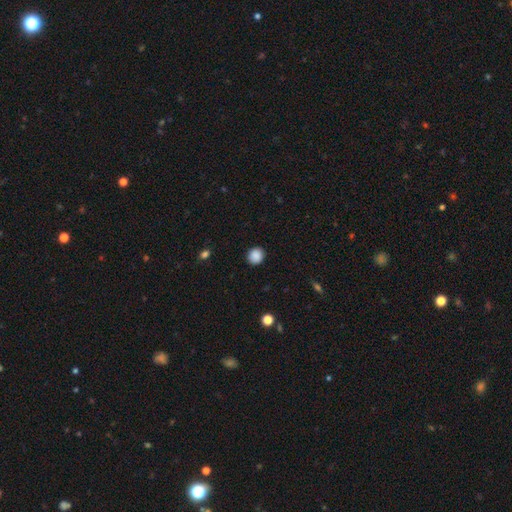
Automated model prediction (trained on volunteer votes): Smooth or featured? smooth (88%)
How rounded? round (87%)
Merging? none (91%)